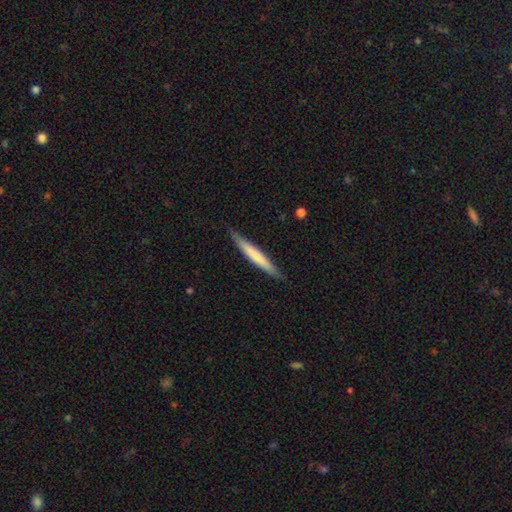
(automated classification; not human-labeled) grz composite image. It shows a smooth galaxy with no disk features (62%) that is cigar-shaped (95%). Merging: none (88%).